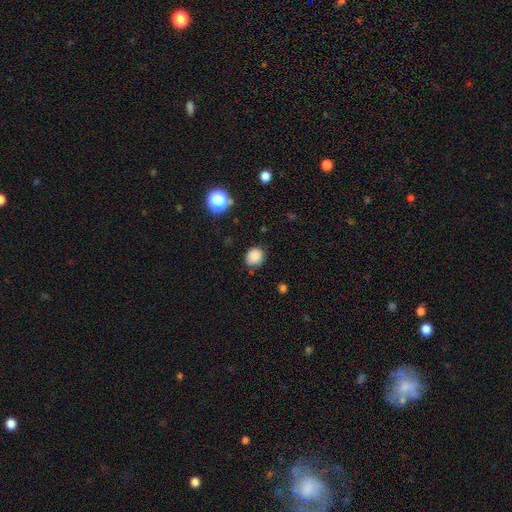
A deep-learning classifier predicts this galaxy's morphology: A smooth galaxy with no disk features (85%) that is round (82%). Merging: none (81%).